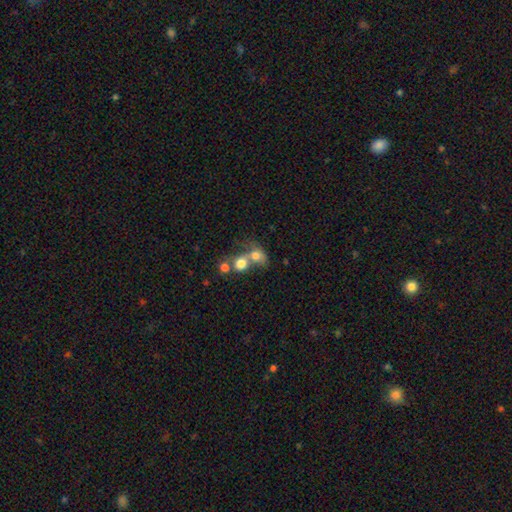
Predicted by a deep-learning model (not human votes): Q: Smooth or featured?
A: smooth (72%); runner-up: featured or disk (16%)
Q: How rounded?
A: round (56%); runner-up: in between (42%)
Q: Merging?
A: merger (63%); runner-up: none (23%)